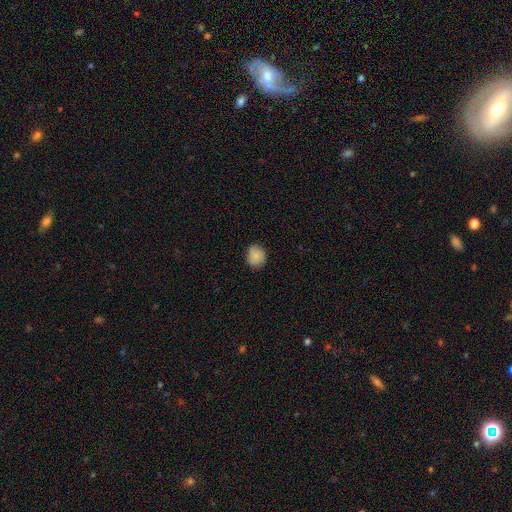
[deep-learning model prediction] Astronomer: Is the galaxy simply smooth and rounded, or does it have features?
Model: smooth — 84%.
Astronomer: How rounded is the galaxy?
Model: round — 79%.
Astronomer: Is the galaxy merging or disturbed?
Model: none — 79%.